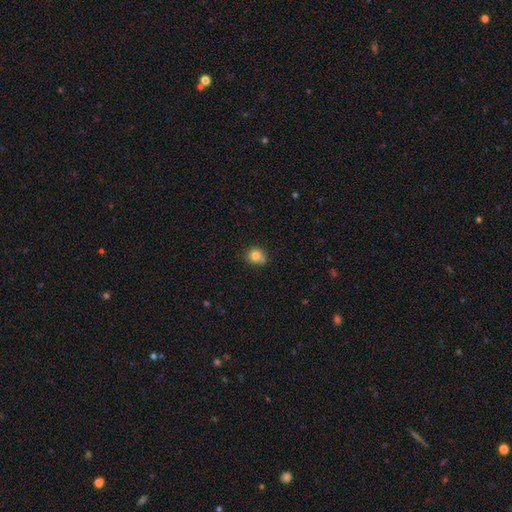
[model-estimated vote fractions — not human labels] smooth 79%, star or artifact 11%, featured or disk 9%. Down the decision tree: how rounded — round (76%); merging — none (63%).